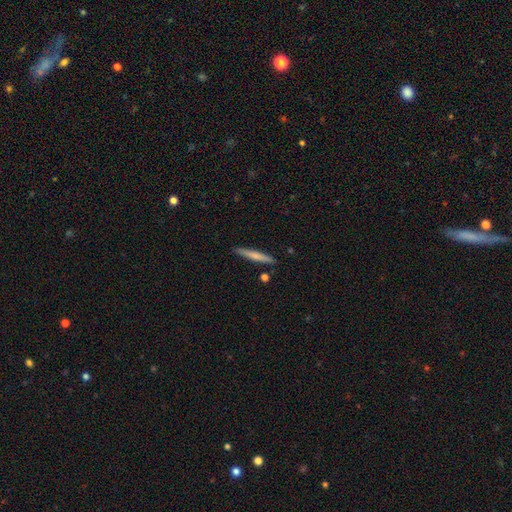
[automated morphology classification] Overall: smooth (64%; featured or disk 31%). How rounded: cigar-shaped (95%). Merging: none (88%).